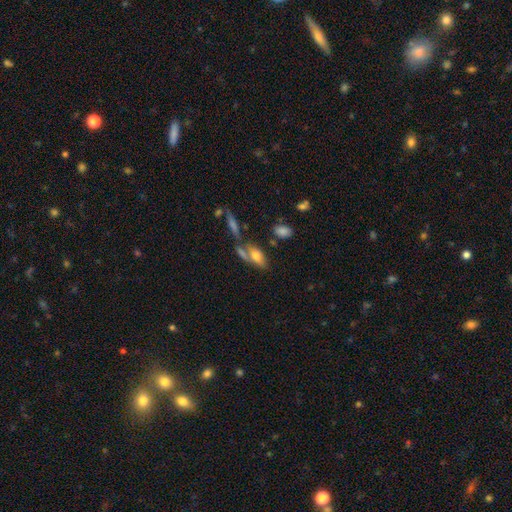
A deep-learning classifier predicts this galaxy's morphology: Q: Smooth or featured?
A: smooth (67%); runner-up: featured or disk (24%)
Q: How rounded?
A: in between (82%); runner-up: cigar-shaped (14%)
Q: Merging?
A: none (43%); runner-up: merger (33%)